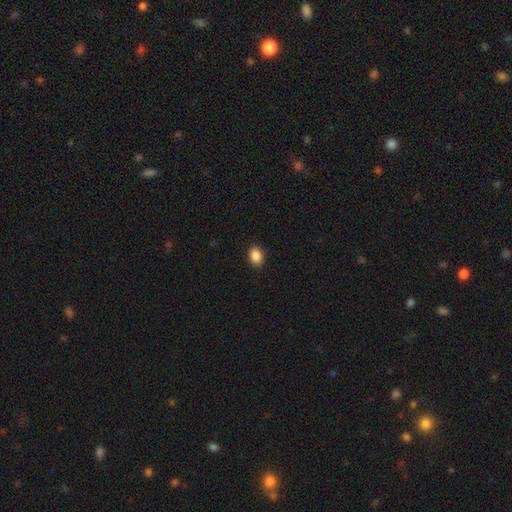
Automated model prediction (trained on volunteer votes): Q: Smooth or featured?
A: smooth (89%); runner-up: star or artifact (8%)
Q: How rounded?
A: in between (79%); runner-up: round (20%)
Q: Merging?
A: none (90%); runner-up: minor disturbance (7%)